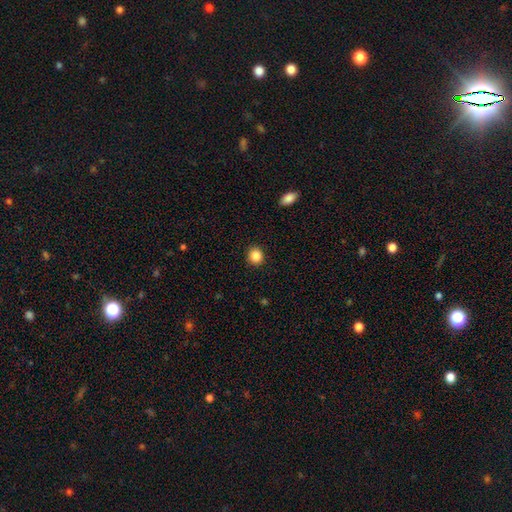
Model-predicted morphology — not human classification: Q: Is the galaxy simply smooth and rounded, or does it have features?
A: smooth — 86%.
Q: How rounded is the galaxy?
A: round — 84%.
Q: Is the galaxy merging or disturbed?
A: none — 91%.